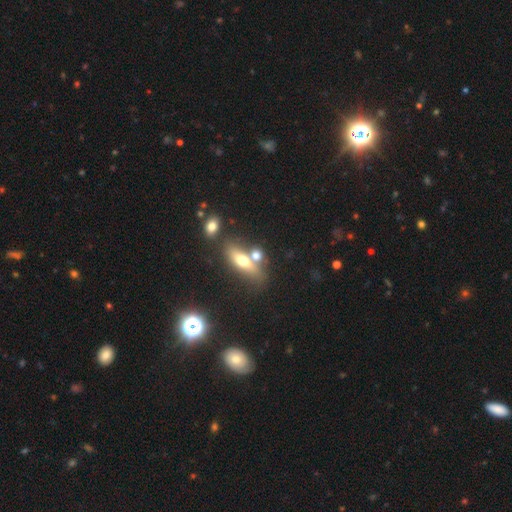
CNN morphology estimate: Smooth or featured? smooth (61%)
How rounded? in between (56%)
Merging? none (49%)